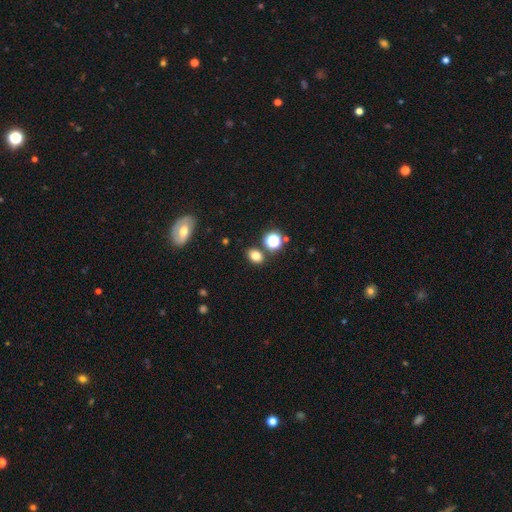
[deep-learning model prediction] Morphology: type=smooth (77%); roundness=in between (63%); merging=none (79%).